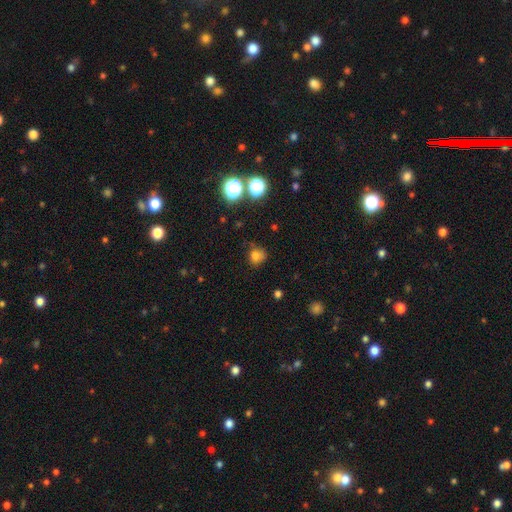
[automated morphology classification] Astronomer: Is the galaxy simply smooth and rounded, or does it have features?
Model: smooth — 73%.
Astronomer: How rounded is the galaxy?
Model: round — 76%.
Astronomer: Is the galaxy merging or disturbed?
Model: none — 63%.